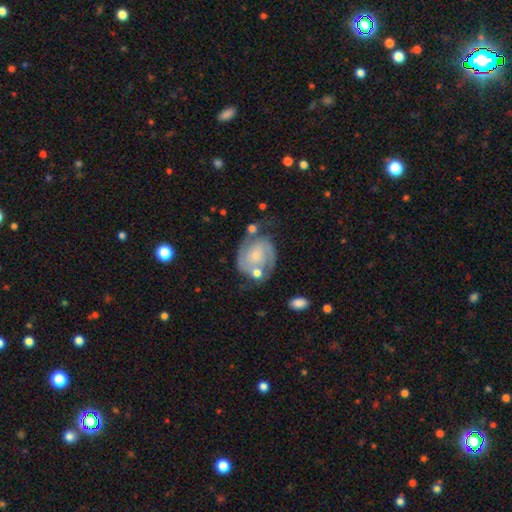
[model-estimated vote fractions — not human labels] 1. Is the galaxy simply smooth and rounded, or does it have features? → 82% featured or disk, 12% smooth, 6% star or artifact.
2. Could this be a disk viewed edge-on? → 98% no, 2% yes.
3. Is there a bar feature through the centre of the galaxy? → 66% no, 28% weak, 6% strong.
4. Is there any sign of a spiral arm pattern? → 96% yes, 4% no.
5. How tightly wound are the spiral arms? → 45% tight, 42% medium, 12% loose.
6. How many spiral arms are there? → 82% 2, 8% can't tell, 4% 3, 3% 1, 2% 4, 1% more than 4.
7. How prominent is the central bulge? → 64% small, 27% moderate, 6% none, 2% large, 1% dominant.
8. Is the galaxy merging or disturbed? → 57% none, 19% minor disturbance, 12% merger, 12% major disturbance.